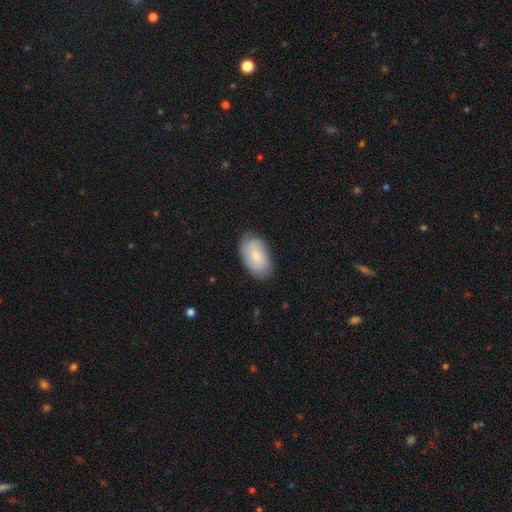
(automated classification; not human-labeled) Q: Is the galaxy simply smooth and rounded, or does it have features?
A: smooth — 63%.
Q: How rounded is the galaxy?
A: in between — 93%.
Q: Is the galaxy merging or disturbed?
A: none — 77%.